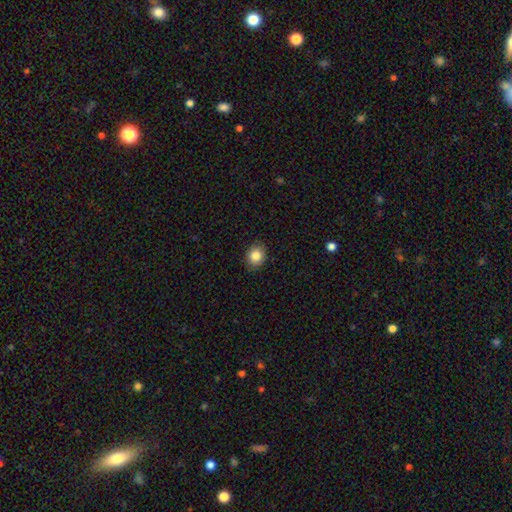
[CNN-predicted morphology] Smooth or featured: smooth — 84% (star or artifact — 9%)
How rounded: round — 59% (in between — 40%)
Merging: none — 89% (minor disturbance — 9%)